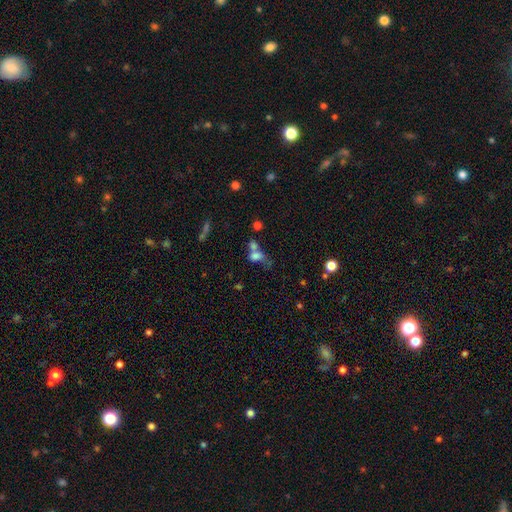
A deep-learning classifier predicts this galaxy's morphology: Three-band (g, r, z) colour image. It shows a smooth galaxy with no disk features (68%) that is in between round and cigar-shaped (63%). Merging: merger (54%).